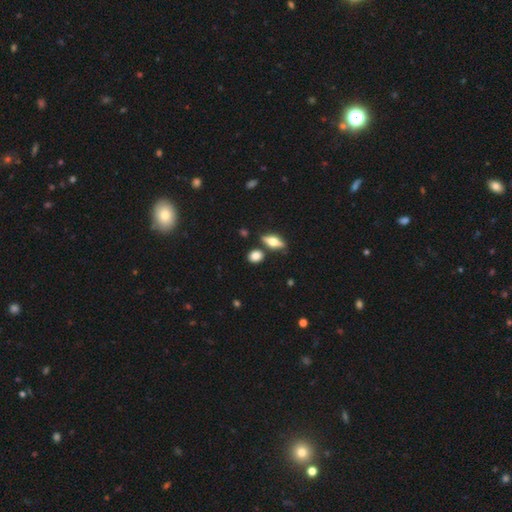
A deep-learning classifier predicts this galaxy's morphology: type=smooth (78%); roundness=round (54%); merging=none (77%).